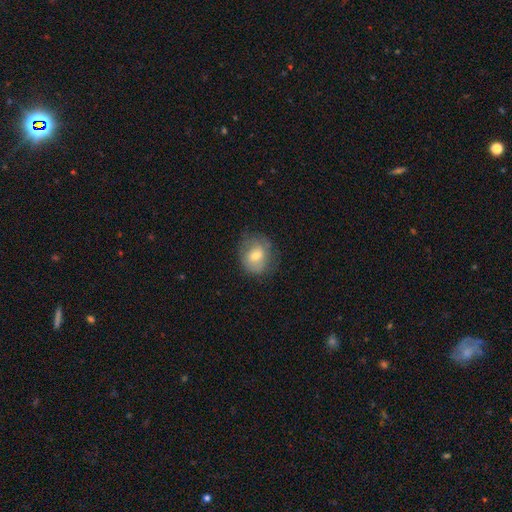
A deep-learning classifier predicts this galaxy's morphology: Smooth or featured: smooth — 60% (featured or disk — 31%)
How rounded: round — 61% (in between — 38%)
Merging: none — 65% (minor disturbance — 23%)